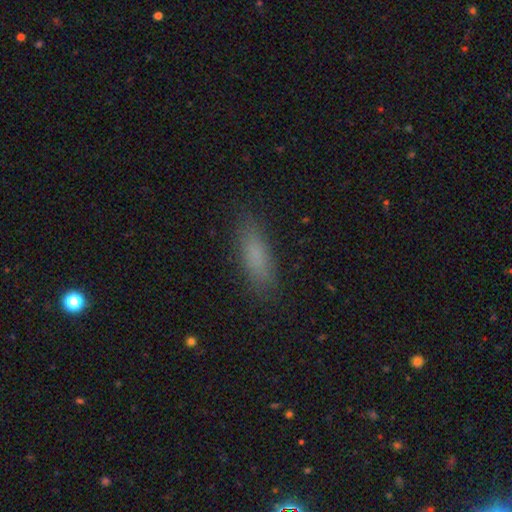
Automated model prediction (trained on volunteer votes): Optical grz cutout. It shows a smooth galaxy with no disk features (81%) that is cigar-shaped (50%). Merging: none (85%).